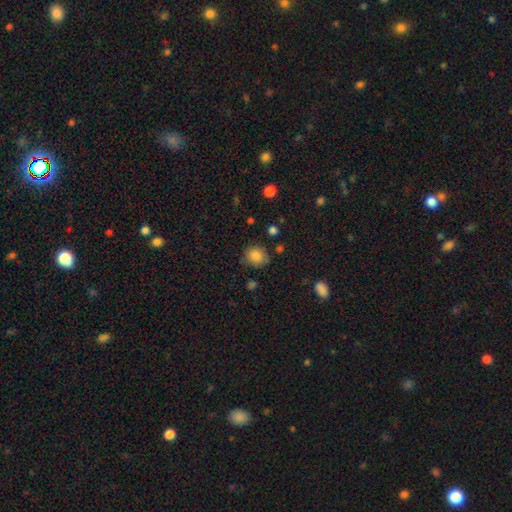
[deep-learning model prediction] Smooth or featured?
  - smooth: 85% *
  - star or artifact: 10%
  - featured or disk: 6%
How rounded?
  - round: 77% *
  - in between: 22%
  - cigar-shaped: 1%
Merging?
  - none: 77% *
  - minor disturbance: 16%
  - major disturbance: 4%
  - merger: 2%